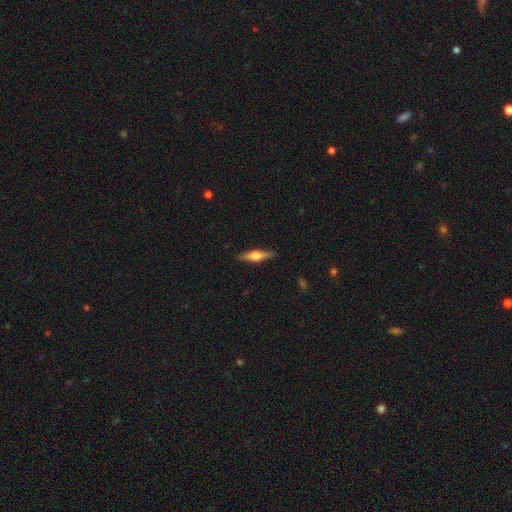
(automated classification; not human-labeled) smooth-or-featured: featured or disk: 56% | smooth: 39% | star or artifact: 6%
  disk-edge-on: yes: 96% | no: 4%
    edge-on-bulge: rounded: 90% | boxy: 7% | none: 3%
  merging: none: 89% | minor disturbance: 8% | major disturbance: 2% | merger: 1%